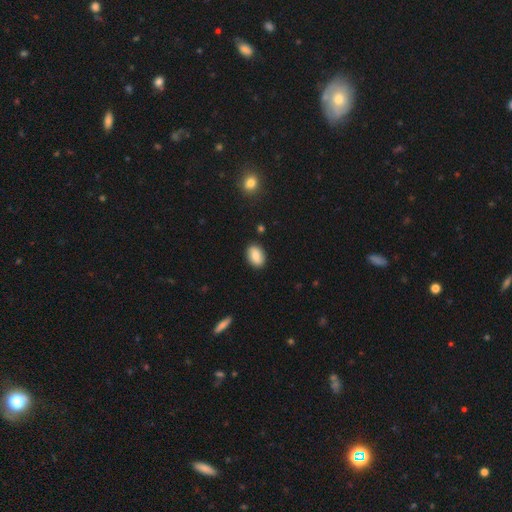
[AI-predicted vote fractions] Smooth or featured?
  - smooth: 76% *
  - featured or disk: 17%
  - star or artifact: 8%
How rounded?
  - in between: 83% *
  - round: 16%
  - cigar-shaped: 2%
Merging?
  - none: 87% *
  - minor disturbance: 9%
  - major disturbance: 2%
  - merger: 2%